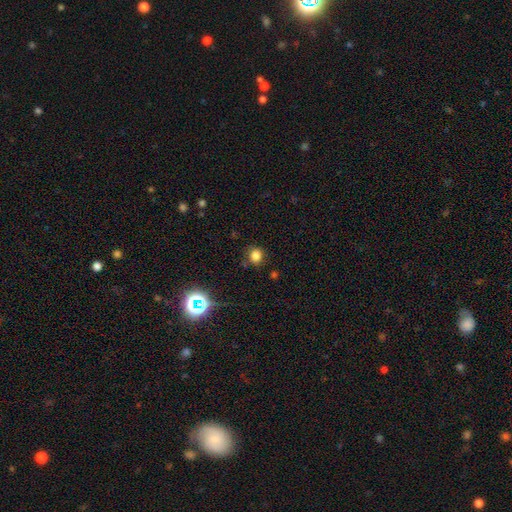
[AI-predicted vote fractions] This is likely a smooth galaxy (78%). How rounded: likely round (80%). Merging: clearly none (83%).